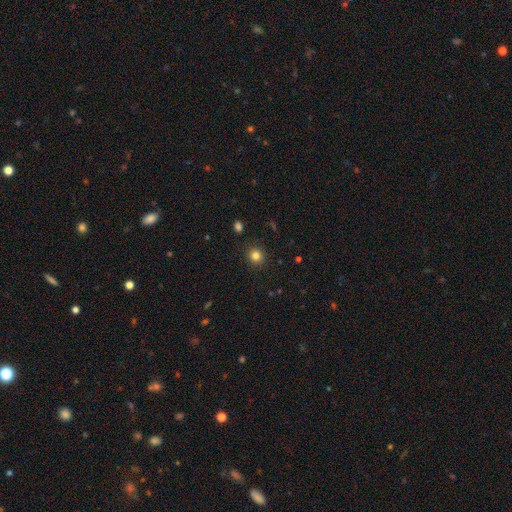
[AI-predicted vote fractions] smooth_or_featured: smooth (p=0.82) [alt: star or artifact p=0.13]
how_rounded: round (p=0.88) [alt: in between p=0.11]
merging: none (p=0.90) [alt: minor disturbance p=0.06]